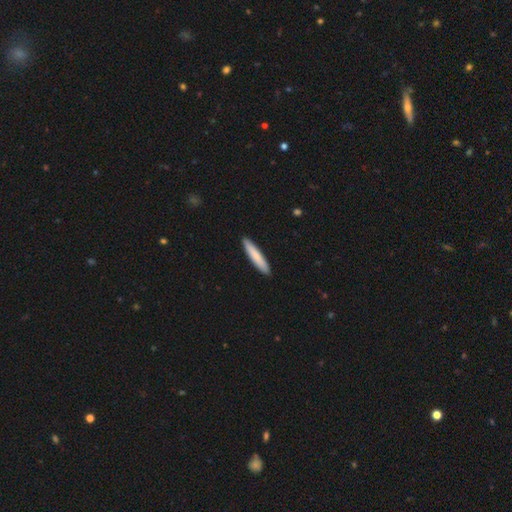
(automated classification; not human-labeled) Smooth or featured? smooth (79%)
How rounded? cigar-shaped (91%)
Merging? none (92%)